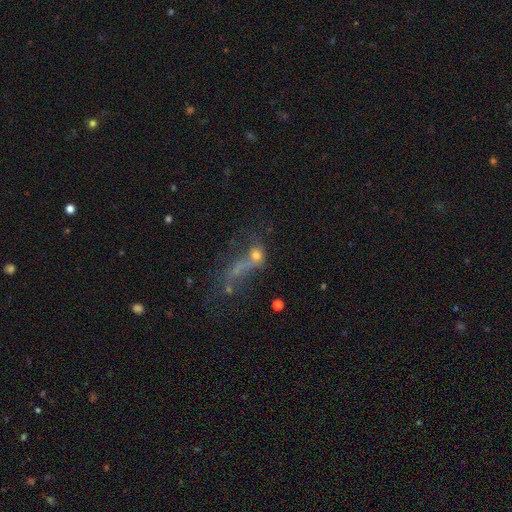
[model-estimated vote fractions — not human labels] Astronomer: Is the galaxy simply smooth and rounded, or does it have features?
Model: smooth — 50% (runner-up: featured or disk, 28%).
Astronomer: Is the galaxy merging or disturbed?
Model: major disturbance — 35% (runner-up: merger, 30%).